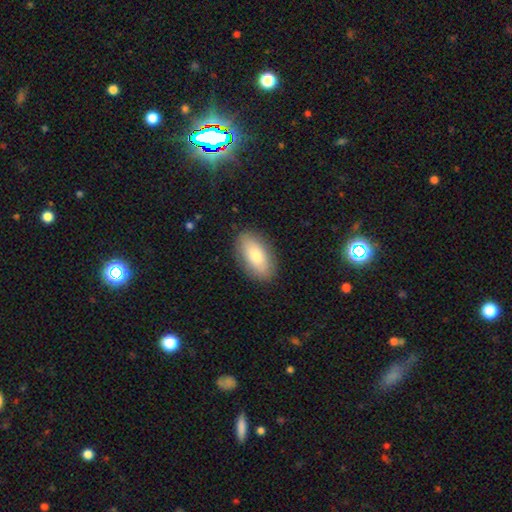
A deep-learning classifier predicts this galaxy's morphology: Smooth or featured? Predicted: smooth (p=0.76). How rounded? Predicted: in between (p=0.93). Merging? Predicted: none (p=0.86).